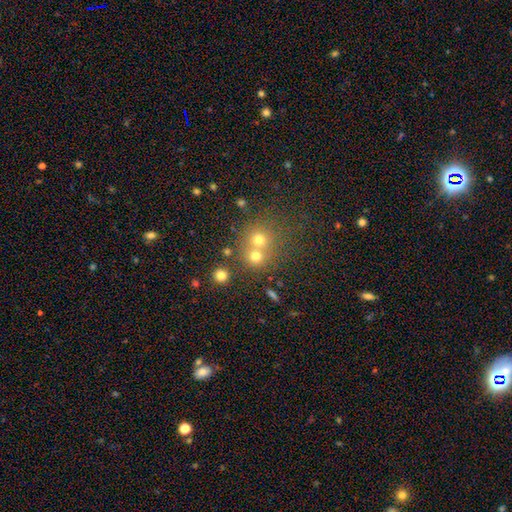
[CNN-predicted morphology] Smooth or featured? smooth (50%)
How rounded? round (86%)
Merging? none (56%)